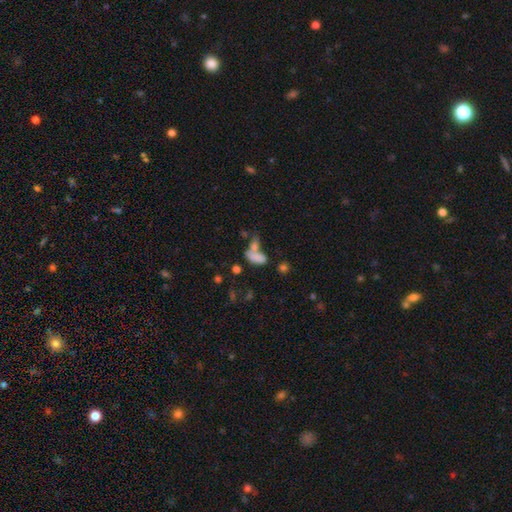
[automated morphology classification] Smooth or featured? smooth (73%)
How rounded? in between (80%)
Merging? merger (48%)